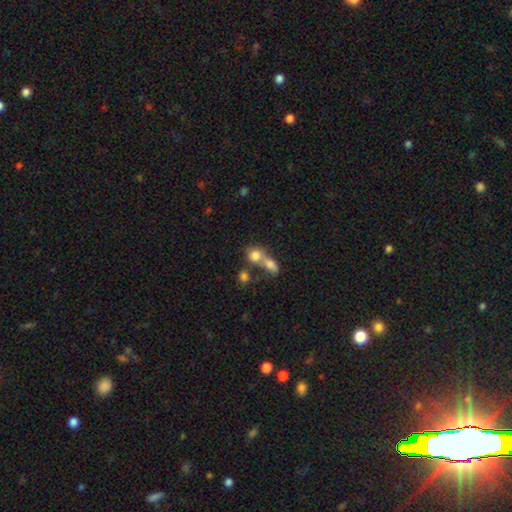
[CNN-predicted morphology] Smooth or featured: smooth — 78% (featured or disk — 12%)
How rounded: round — 66% (in between — 32%)
Merging: merger — 58% (none — 29%)